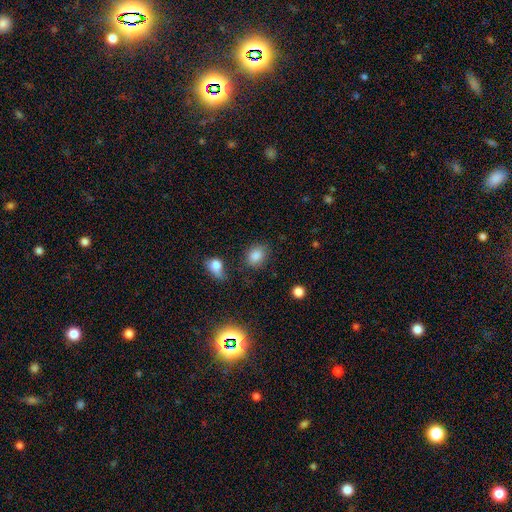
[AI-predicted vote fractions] This appears to be a smooth galaxy with no disk features (84%) that is round (50%). Merging: none (76%).